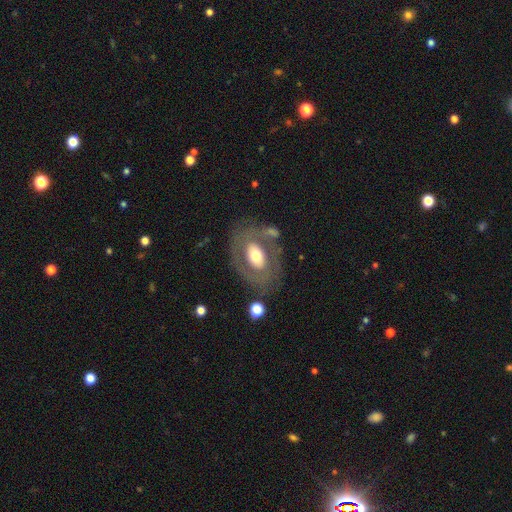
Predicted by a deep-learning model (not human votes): Smooth or featured? featured or disk (55%)
Edge-on disk? no (92%)
Bar? no (67%)
Spiral arms? no (71%)
Bulge size? moderate (58%)
Merging? none (68%)